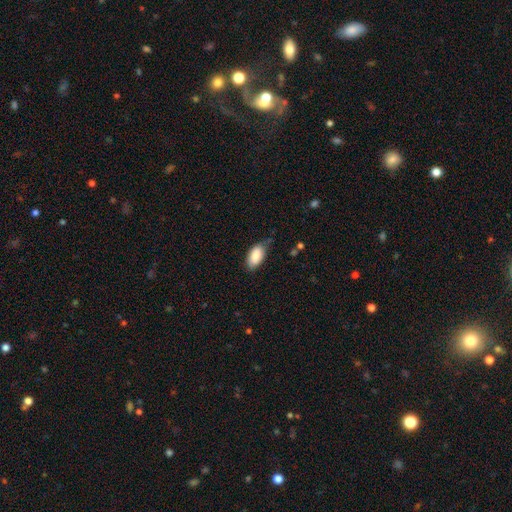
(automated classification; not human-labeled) smooth-or-featured: smooth: 87% | featured or disk: 7% | star or artifact: 6%
  how-rounded: in between: 94% | cigar-shaped: 3% | round: 3%
  merging: none: 63% | minor disturbance: 29% | major disturbance: 6% | merger: 2%